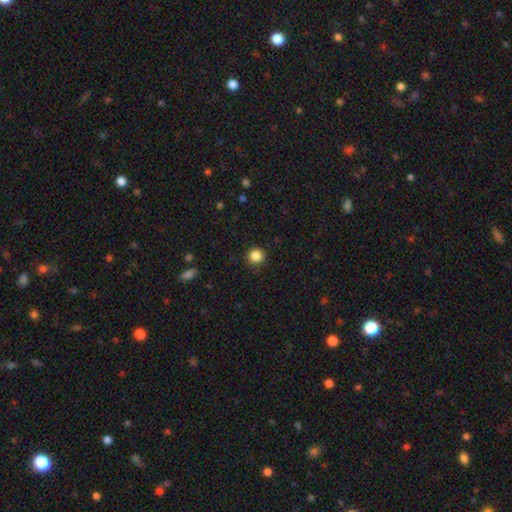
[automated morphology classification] Smooth or featured?
  - smooth: 86% *
  - star or artifact: 11%
  - featured or disk: 4%
How rounded?
  - round: 93% *
  - in between: 6%
  - cigar-shaped: 1%
Merging?
  - none: 90% *
  - minor disturbance: 7%
  - major disturbance: 2%
  - merger: 1%